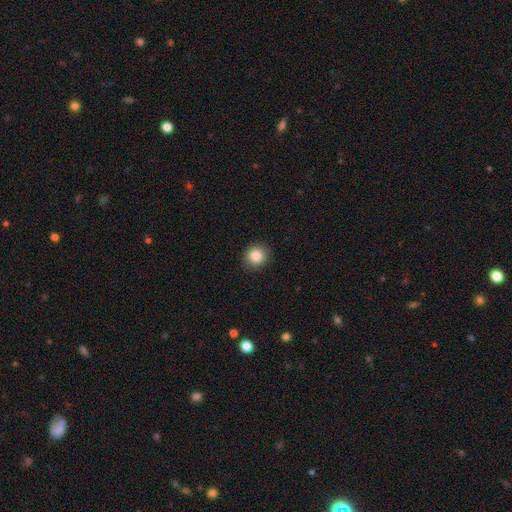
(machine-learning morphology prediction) This appears to be a smooth galaxy with no disk features (85%) that is round (87%). Merging: none (90%).